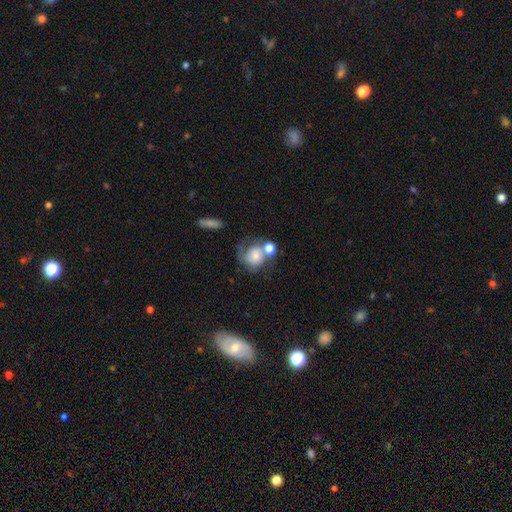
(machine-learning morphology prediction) Overall: smooth (48%; featured or disk 43%). Merging: merger (39%; none 29%).